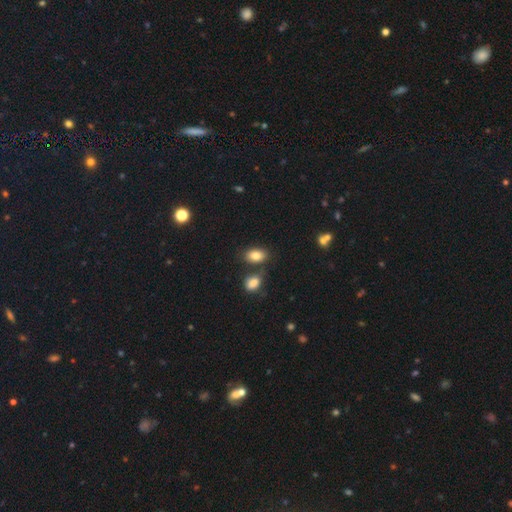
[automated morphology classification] Smooth or featured: smooth — 84% (star or artifact — 9%)
How rounded: in between — 88% (round — 10%)
Merging: none — 65% (merger — 20%)